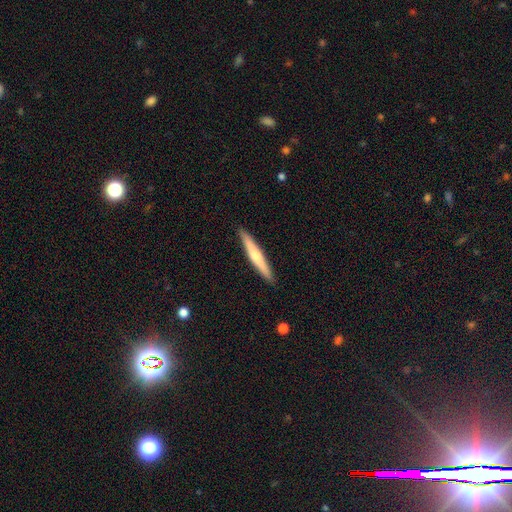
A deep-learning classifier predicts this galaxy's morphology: This is possibly a featured or disk galaxy (48%). Merging: clearly none (91%).